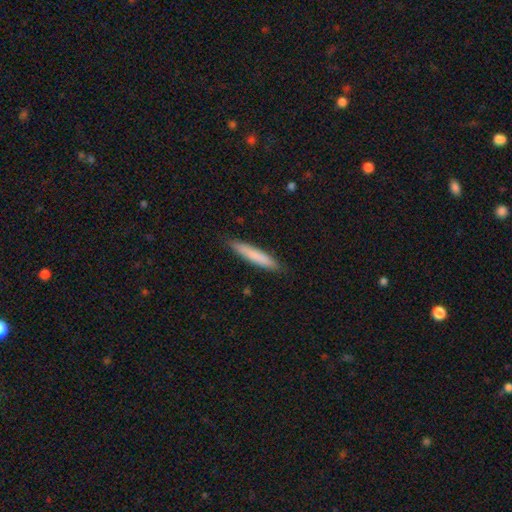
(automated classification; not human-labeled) The model was most divided on "smooth or featured": smooth: 79%, featured or disk: 16%, star or artifact: 5%. More confident: how rounded — cigar-shaped (92%); merging — none (89%).